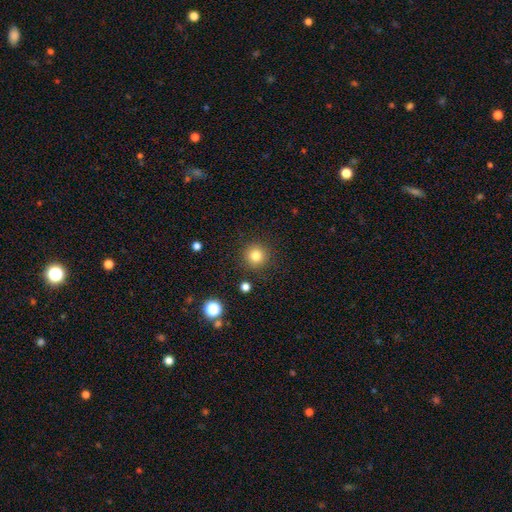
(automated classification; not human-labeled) Smooth or featured? smooth (82%)
How rounded? round (94%)
Merging? none (89%)